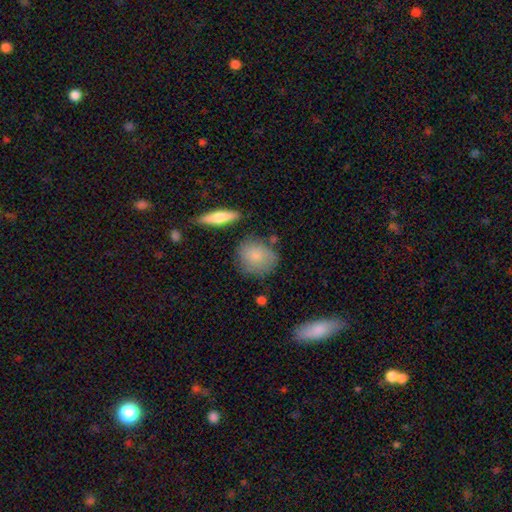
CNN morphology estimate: A smooth galaxy with no disk features (80%) that is round (71%).

Vote fractions:
- Smooth or featured? smooth: 80% / featured or disk: 14% / star or artifact: 7%
- How rounded? round: 71% / in between: 27% / cigar-shaped: 2%
- Merging? none: 70% / minor disturbance: 20% / major disturbance: 5% / merger: 5%